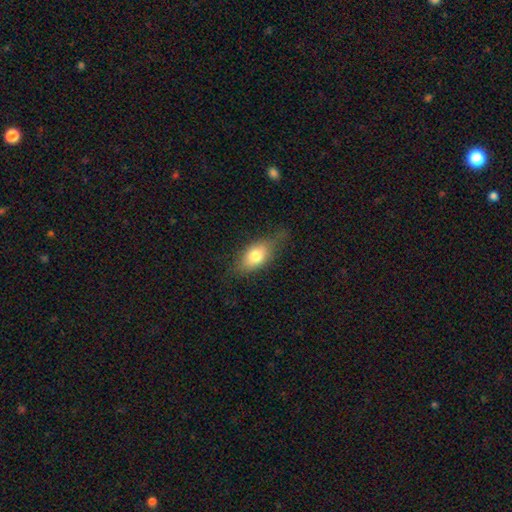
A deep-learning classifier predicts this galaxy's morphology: A smooth galaxy with no disk features (73%) that is in between round and cigar-shaped (81%).

Vote fractions:
- Smooth or featured? smooth: 73% / featured or disk: 19% / star or artifact: 8%
- How rounded? in between: 81% / round: 10% / cigar-shaped: 8%
- Merging? none: 63% / minor disturbance: 26% / major disturbance: 10% / merger: 1%